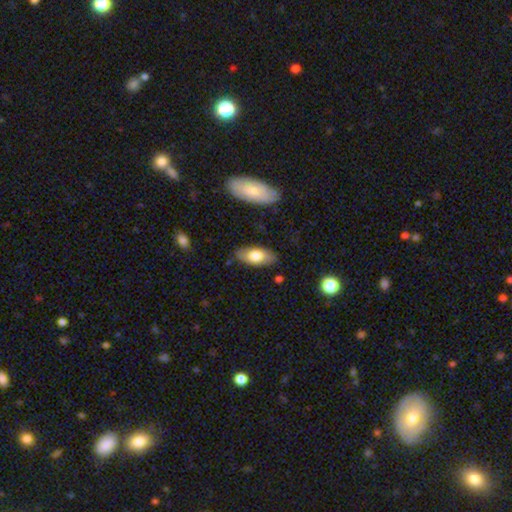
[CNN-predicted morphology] smooth_or_featured: smooth (p=0.73) [alt: featured or disk p=0.21]
how_rounded: in between (p=0.88) [alt: cigar-shaped p=0.09]
merging: none (p=0.83) [alt: minor disturbance p=0.12]